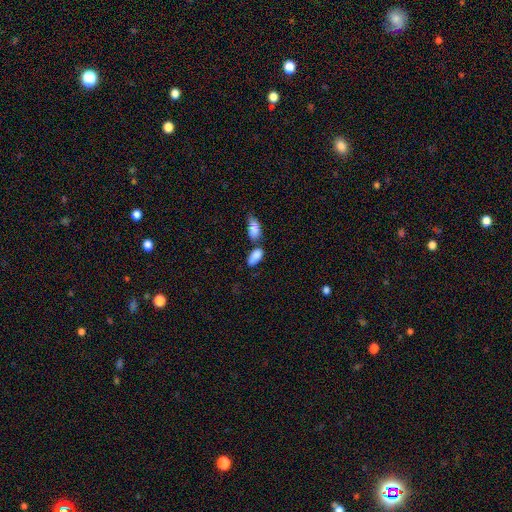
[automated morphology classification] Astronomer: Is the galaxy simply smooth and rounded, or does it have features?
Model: smooth — 85%.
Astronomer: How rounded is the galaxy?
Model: in between — 91%.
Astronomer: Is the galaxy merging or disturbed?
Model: none — 42% (runner-up: merger, 36%).